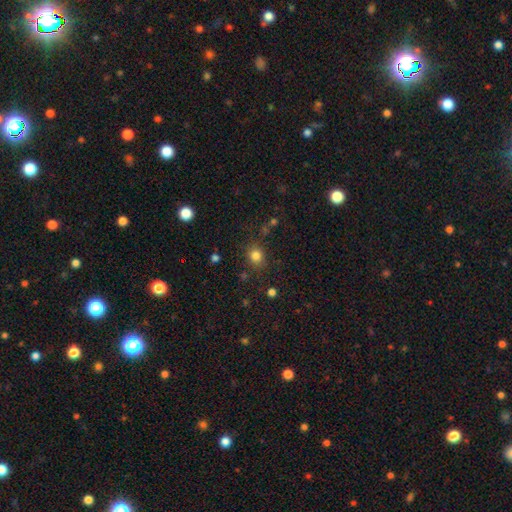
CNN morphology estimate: This is clearly a smooth galaxy (81%). How rounded: likely round (76%). Merging: clearly none (81%).